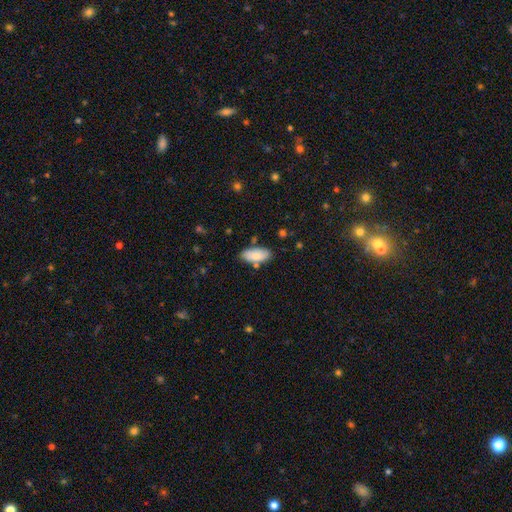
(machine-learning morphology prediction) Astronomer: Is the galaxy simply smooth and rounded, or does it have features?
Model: smooth — 84%.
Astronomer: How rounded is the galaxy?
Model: in between — 89%.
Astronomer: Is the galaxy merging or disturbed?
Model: none — 78%.